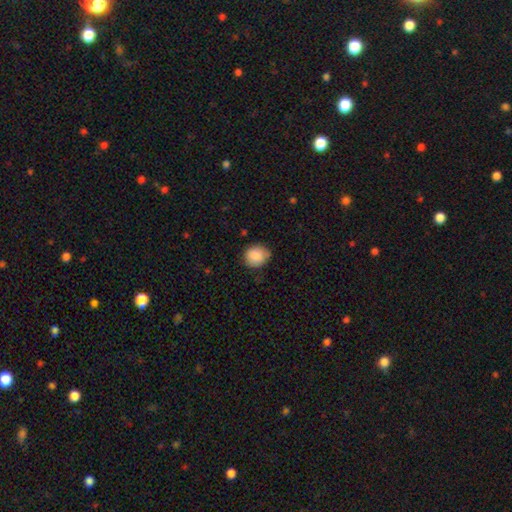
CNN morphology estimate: type=smooth (88%); roundness=round (75%); merging=none (77%).